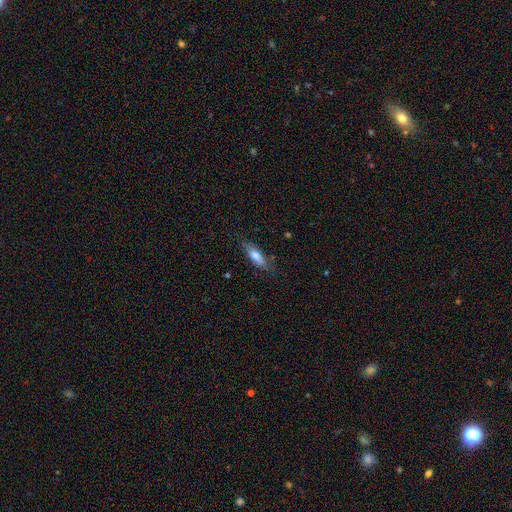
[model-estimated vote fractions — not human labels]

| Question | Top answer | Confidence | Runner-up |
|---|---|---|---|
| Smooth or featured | smooth | 71% | featured or disk (22%) |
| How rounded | in between | 55% | cigar-shaped (43%) |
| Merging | none | 77% | minor disturbance (17%) |